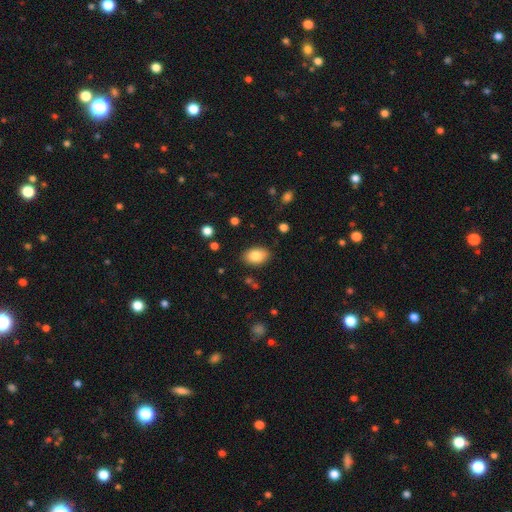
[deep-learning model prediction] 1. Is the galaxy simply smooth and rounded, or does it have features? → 84% smooth, 9% featured or disk, 8% star or artifact.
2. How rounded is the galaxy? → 87% in between, 12% round, 1% cigar-shaped.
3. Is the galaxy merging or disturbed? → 85% none, 10% minor disturbance, 3% major disturbance, 2% merger.